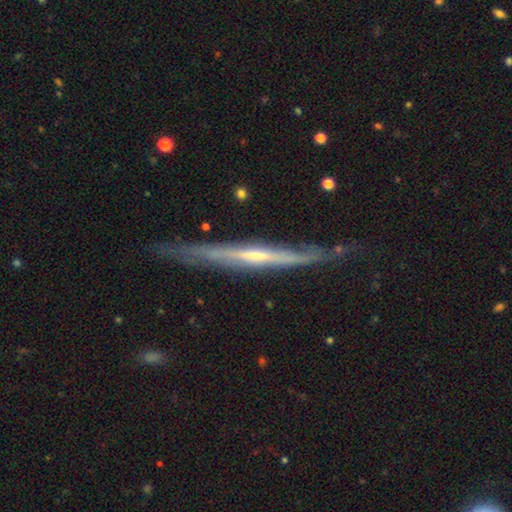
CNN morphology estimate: The model was most divided on "edge-on bulge": none: 60%, rounded: 31%, boxy: 9%. More confident: edge-on disk — yes (93%); smooth or featured — featured or disk (76%); merging — none (72%).